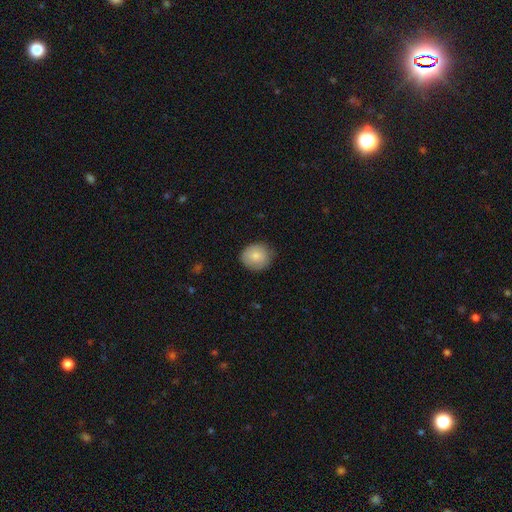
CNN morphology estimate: Overall: smooth (83%). How rounded: round (77%). Merging: none (79%).